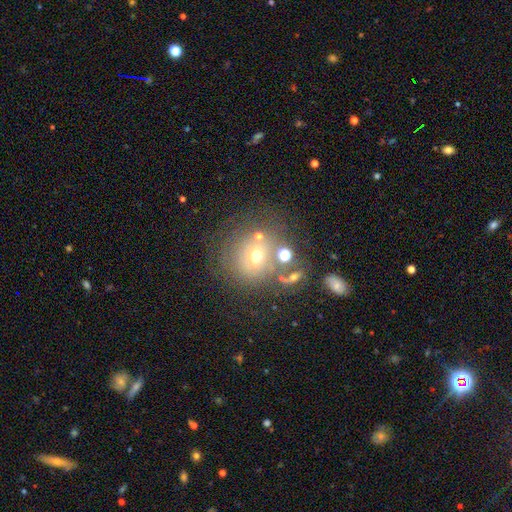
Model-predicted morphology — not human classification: The model was most divided on "smooth or featured": smooth: 54%, featured or disk: 25%, star or artifact: 21%. More confident: how rounded — round (84%); merging — none (59%).